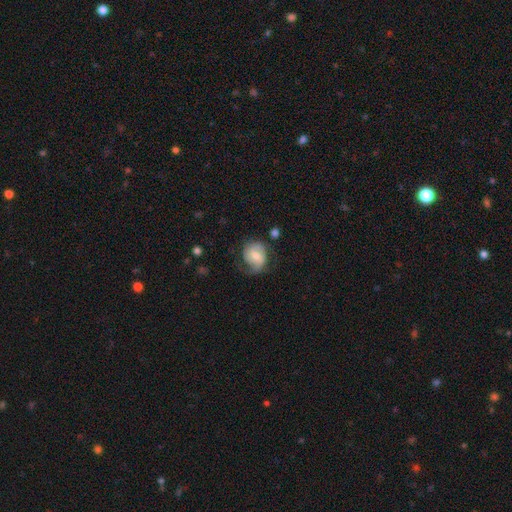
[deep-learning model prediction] A featured or disk galaxy (54%) with no bar (49%), spiral arms (85%) and a moderate central bulge (57%).

Vote fractions:
- Smooth or featured? featured or disk: 54% / smooth: 39% / star or artifact: 7%
- Edge-on disk? no: 97% / yes: 3%
- Bar? no: 49% / weak: 41% / strong: 10%
- Spiral arms? yes: 85% / no: 15%
- Bulge size? moderate: 57% / small: 32% / large: 6% / none: 3% / dominant: 1%
- Merging? none: 51% / minor disturbance: 28% / major disturbance: 19% / merger: 3%